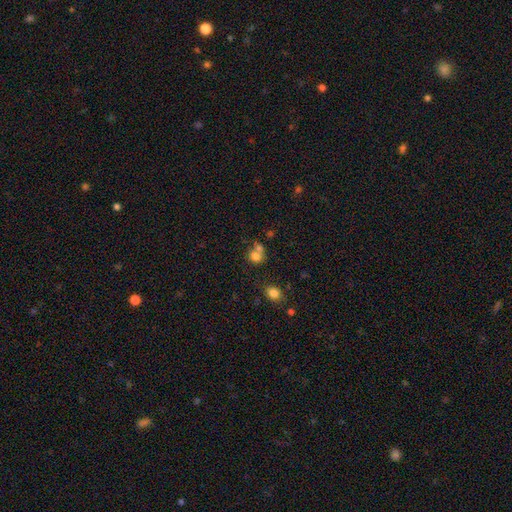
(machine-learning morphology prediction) Smooth or featured? Predicted: smooth (p=0.75). How rounded? Predicted: round (p=0.72). Merging? Predicted: merger (p=0.47).